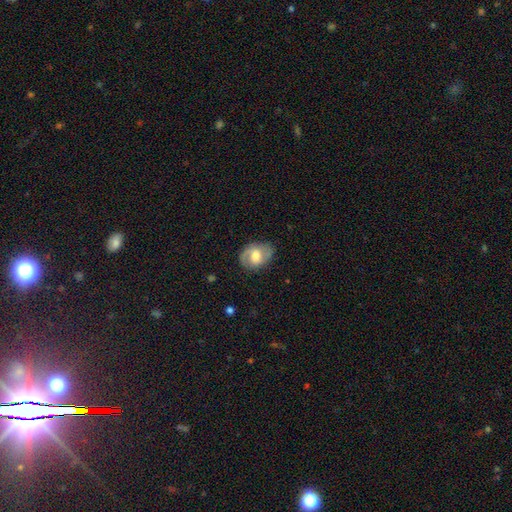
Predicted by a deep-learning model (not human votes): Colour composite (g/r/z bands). It shows a featured or disk galaxy (63%) with no bar (45%), 2 (83%) medium (48%) spiral arms (83%) and a moderate central bulge (64%). Merging: none (77%).